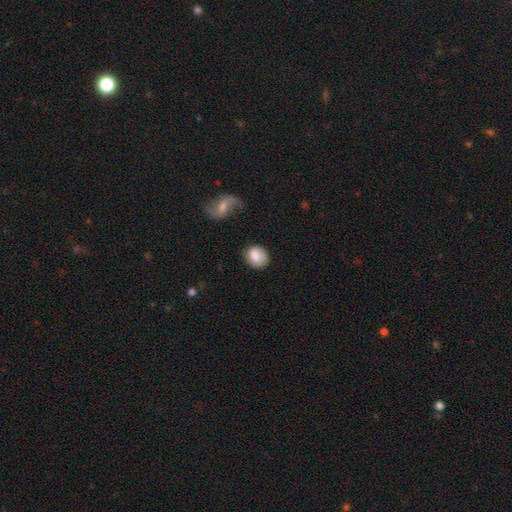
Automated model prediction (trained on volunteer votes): A smooth galaxy with no disk features (80%) that is round (61%).

Vote fractions:
- Smooth or featured? smooth: 80% / featured or disk: 12% / star or artifact: 7%
- How rounded? round: 61% / in between: 38% / cigar-shaped: 1%
- Merging? none: 70% / minor disturbance: 22% / major disturbance: 5% / merger: 3%